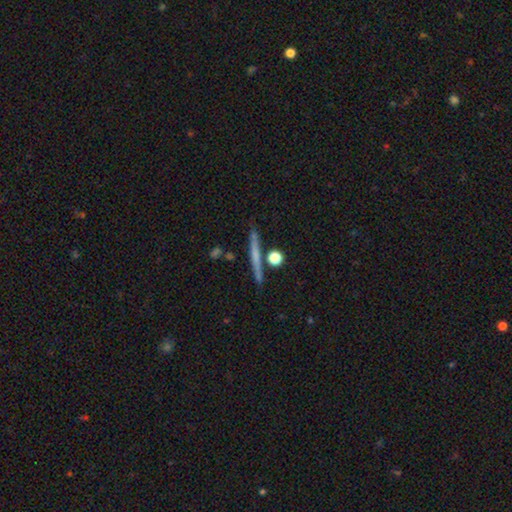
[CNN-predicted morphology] Overall: featured or disk (47%; smooth 45%). Merging: none (85%).